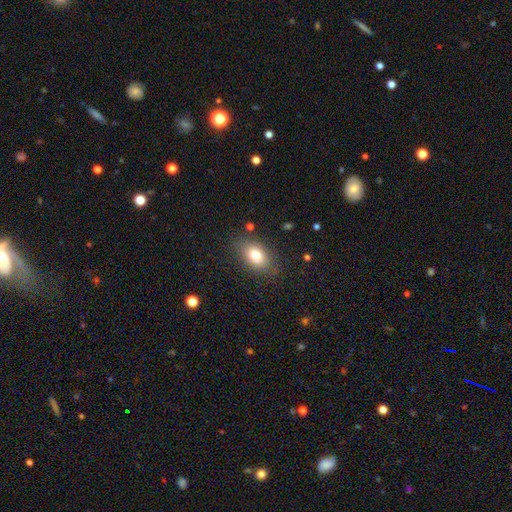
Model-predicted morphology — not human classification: A smooth galaxy with no disk features (78%) that is in between round and cigar-shaped (83%).

Vote fractions:
- Smooth or featured? smooth: 78% / featured or disk: 12% / star or artifact: 10%
- How rounded? in between: 83% / round: 15% / cigar-shaped: 2%
- Merging? none: 82% / minor disturbance: 12% / major disturbance: 4% / merger: 2%